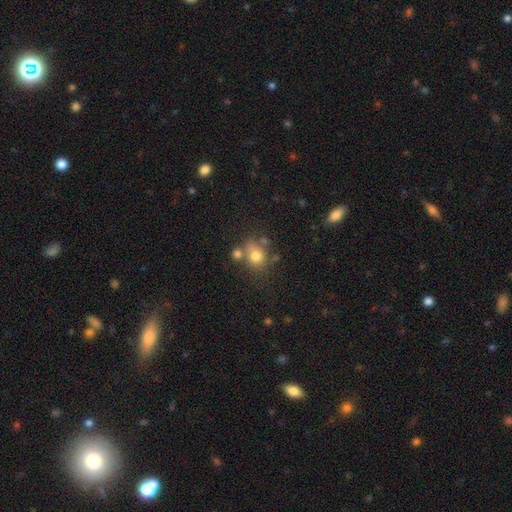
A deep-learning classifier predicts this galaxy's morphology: A smooth galaxy with no disk features (75%) that is round (65%).

Vote fractions:
- Smooth or featured? smooth: 75% / star or artifact: 12% / featured or disk: 12%
- How rounded? round: 65% / in between: 34% / cigar-shaped: 1%
- Merging? none: 52% / merger: 24% / minor disturbance: 16% / major disturbance: 8%